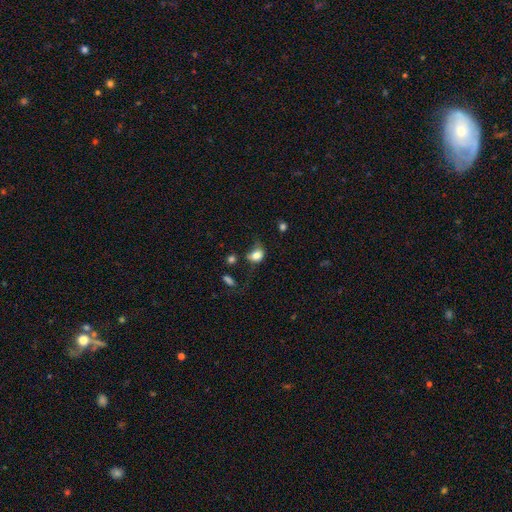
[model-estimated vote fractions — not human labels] Smooth or featured? smooth (78%)
How rounded? in between (54%)
Merging? none (35%)